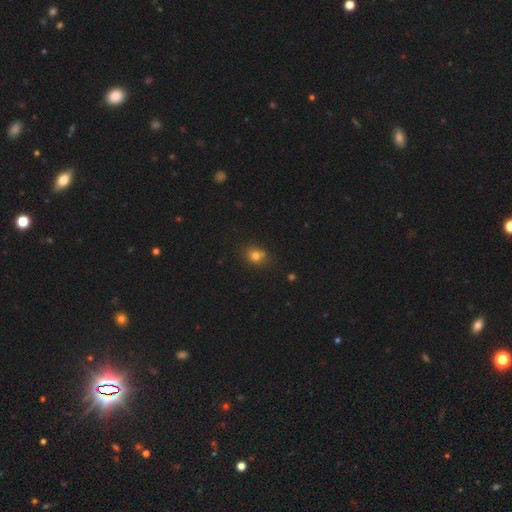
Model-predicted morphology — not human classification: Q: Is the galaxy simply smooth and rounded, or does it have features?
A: smooth — 75%.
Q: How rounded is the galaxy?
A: round — 61%.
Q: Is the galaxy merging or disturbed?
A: none — 66%.